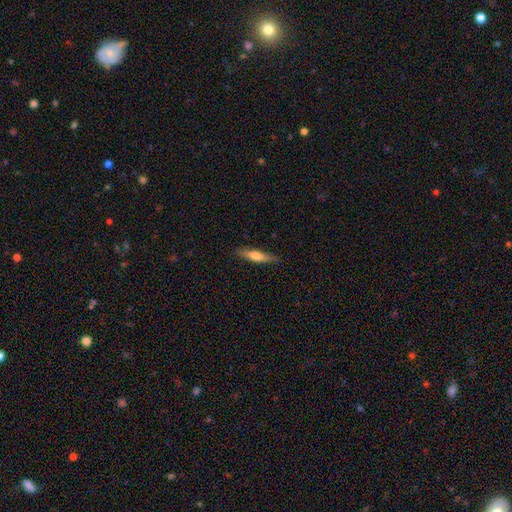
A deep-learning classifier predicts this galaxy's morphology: Smooth or featured? Predicted: smooth (p=0.54). How rounded? Predicted: cigar-shaped (p=0.83). Merging? Predicted: none (p=0.87).